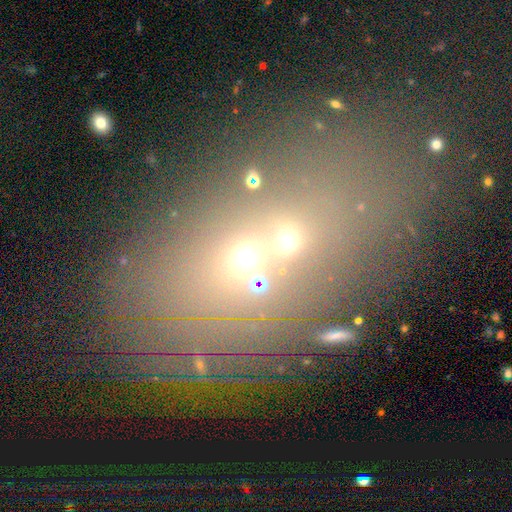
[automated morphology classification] Q: Smooth or featured?
A: smooth (38%); runner-up: star or artifact (34%)
Q: Merging?
A: none (52%); runner-up: merger (31%)